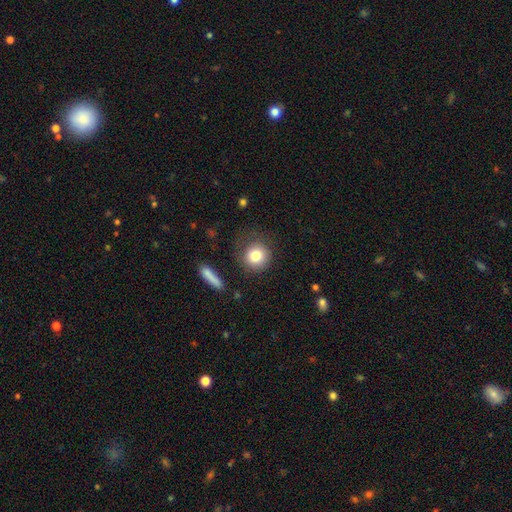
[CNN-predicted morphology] smooth 80%, featured or disk 11%, star or artifact 9%. Down the decision tree: how rounded — round (91%); merging — none (77%).